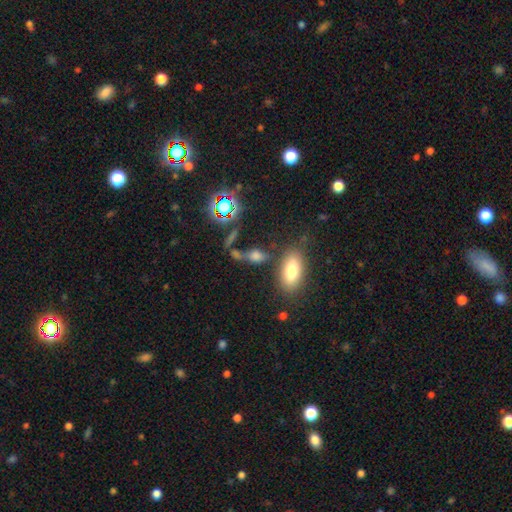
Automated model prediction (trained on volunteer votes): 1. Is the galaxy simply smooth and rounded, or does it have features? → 62% smooth, 22% star or artifact, 17% featured or disk.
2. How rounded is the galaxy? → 67% in between, 17% round, 16% cigar-shaped.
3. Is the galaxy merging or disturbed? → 46% none, 24% merger, 17% minor disturbance, 13% major disturbance.